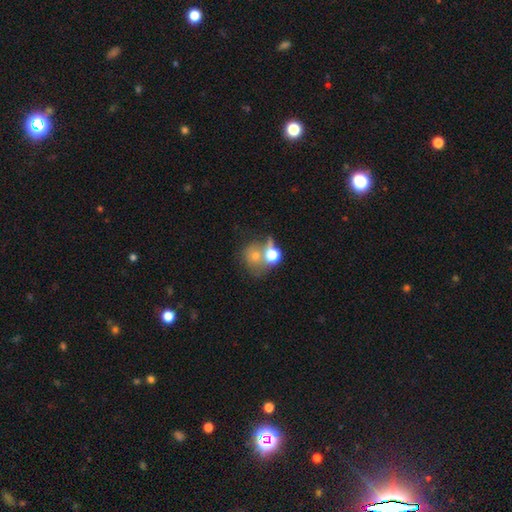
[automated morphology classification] Smooth or featured? Predicted: smooth (p=0.56). How rounded? Predicted: round (p=0.76). Merging? Predicted: none (p=0.40).